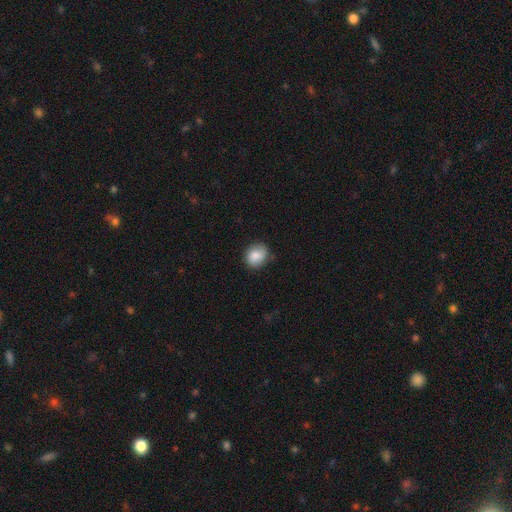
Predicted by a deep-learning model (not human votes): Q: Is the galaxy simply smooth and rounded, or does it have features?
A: smooth — 81%.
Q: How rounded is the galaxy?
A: round — 67%.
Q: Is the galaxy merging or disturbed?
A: none — 78%.